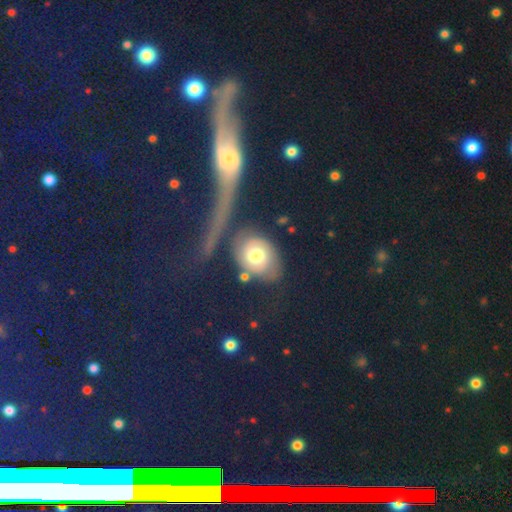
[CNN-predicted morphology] Smooth or featured? featured or disk (49%)
Merging? none (62%)